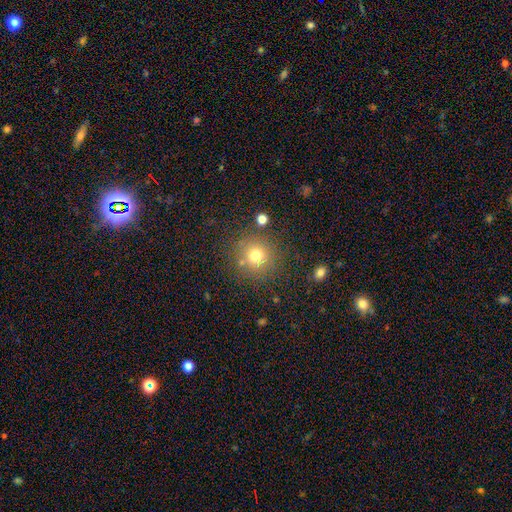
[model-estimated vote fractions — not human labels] A smooth galaxy with no disk features (73%) that is round (92%). Merging: none (79%).